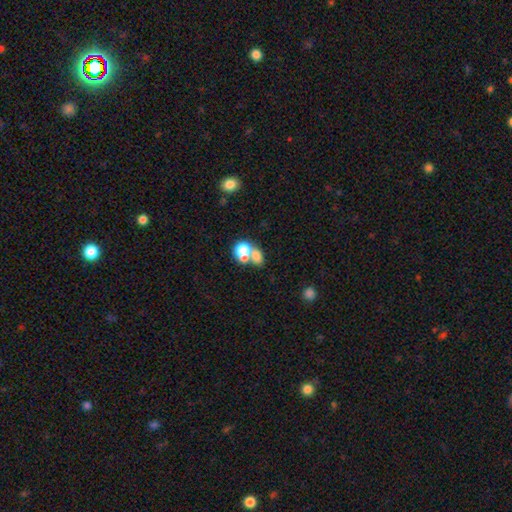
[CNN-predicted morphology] smooth-or-featured: smooth: 67% | featured or disk: 19% | star or artifact: 14%
  how-rounded: in between: 51% | round: 48% | cigar-shaped: 1%
  merging: merger: 57% | none: 31% | minor disturbance: 7% | major disturbance: 5%